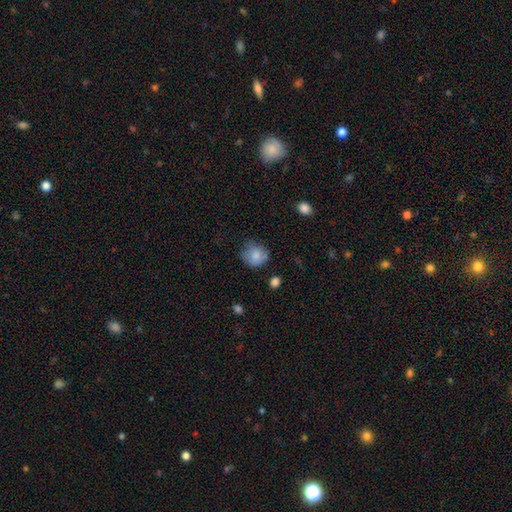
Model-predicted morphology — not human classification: smooth_or_featured: smooth (p=0.79) [alt: featured or disk p=0.12]
how_rounded: round (p=0.77) [alt: in between p=0.22]
merging: none (p=0.62) [alt: minor disturbance p=0.27]